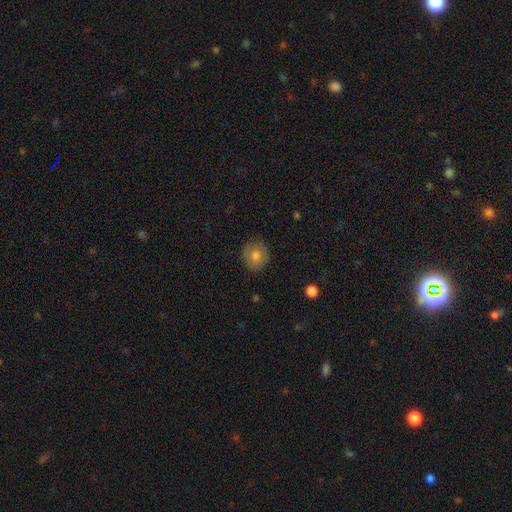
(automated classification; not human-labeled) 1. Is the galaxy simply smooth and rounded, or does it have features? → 77% smooth, 14% featured or disk, 10% star or artifact.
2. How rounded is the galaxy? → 87% round, 12% in between, 1% cigar-shaped.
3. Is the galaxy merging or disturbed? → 88% none, 9% minor disturbance, 2% major disturbance, 1% merger.